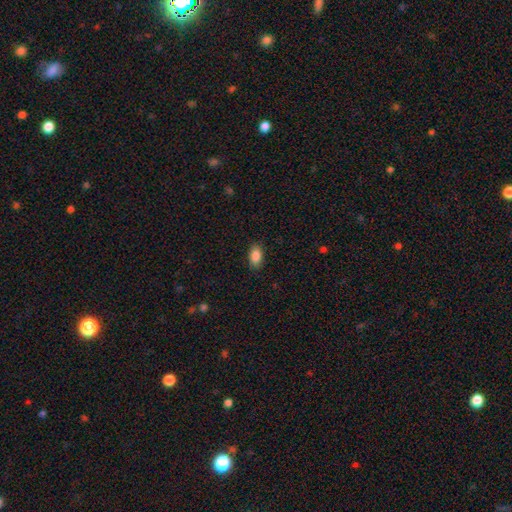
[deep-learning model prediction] A smooth galaxy with no disk features (88%) that is in between round and cigar-shaped (91%).

Vote fractions:
- Smooth or featured? smooth: 88% / star or artifact: 8% / featured or disk: 4%
- How rounded? in between: 91% / round: 7% / cigar-shaped: 2%
- Merging? none: 87% / minor disturbance: 9% / major disturbance: 2% / merger: 1%